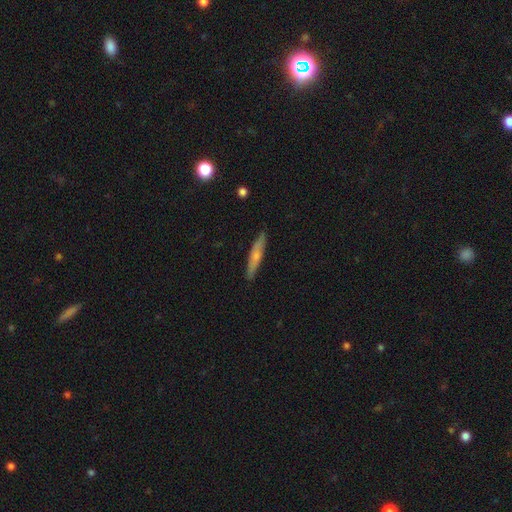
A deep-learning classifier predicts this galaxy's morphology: The model was most divided on "smooth or featured": smooth: 54%, featured or disk: 40%, star or artifact: 6%. More confident: how rounded — cigar-shaped (90%); merging — none (88%).